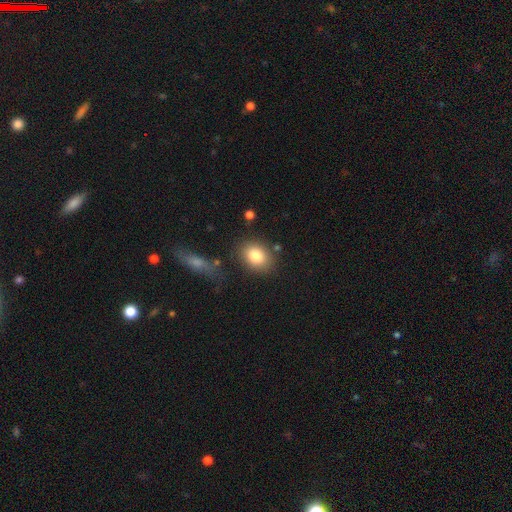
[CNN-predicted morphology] smooth-or-featured: smooth: 83% | featured or disk: 9% | star or artifact: 9%
  how-rounded: in between: 60% | round: 39% | cigar-shaped: 1%
  merging: none: 79% | minor disturbance: 12% | merger: 5% | major disturbance: 4%